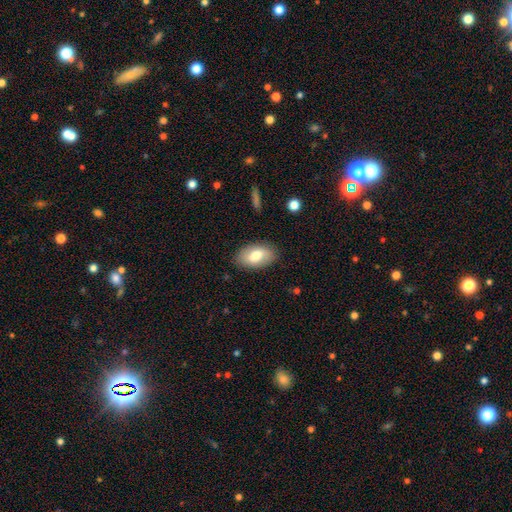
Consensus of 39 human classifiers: smooth-or-featured: smooth: 54% | featured or disk: 41% | star or artifact: 5%
  how-rounded: in between: 95% | round: 5% | cigar-shaped: 0%
  merging: none: 92% | minor disturbance: 5% | merger: 3% | major disturbance: 0%